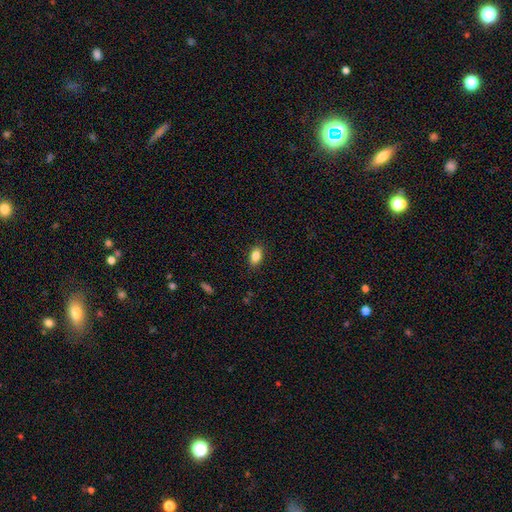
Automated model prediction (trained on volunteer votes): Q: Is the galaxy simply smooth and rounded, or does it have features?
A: smooth — 86%.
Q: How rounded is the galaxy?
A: in between — 89%.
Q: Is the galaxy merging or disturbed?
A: none — 87%.